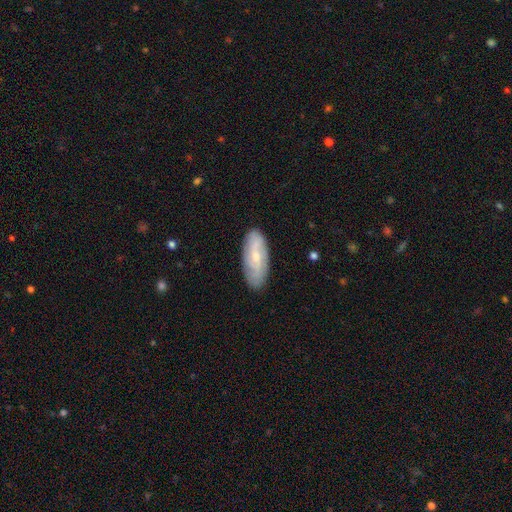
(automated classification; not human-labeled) Morphology: type=featured or disk (54%); edge-on=no (88%); merging=none (83%).